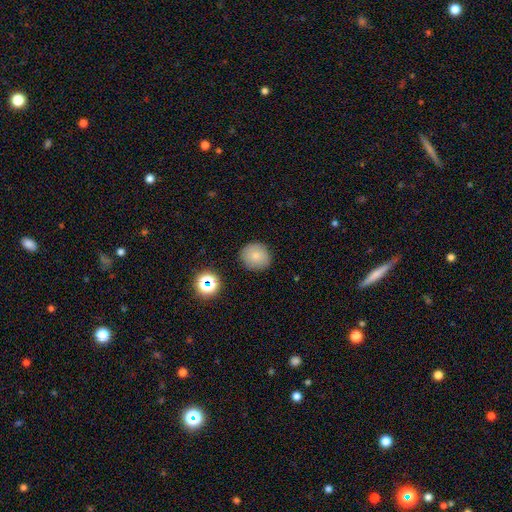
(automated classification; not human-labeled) Smooth or featured? Predicted: smooth (p=0.79). How rounded? Predicted: round (p=0.88). Merging? Predicted: none (p=0.87).